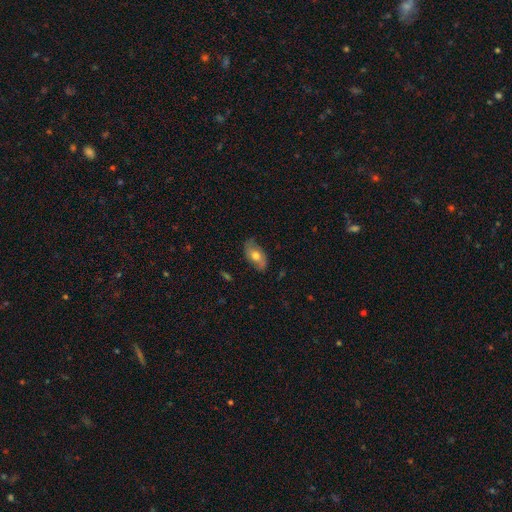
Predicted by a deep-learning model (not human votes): Morphology: type=smooth (54%); roundness=in between (90%); merging=none (76%).